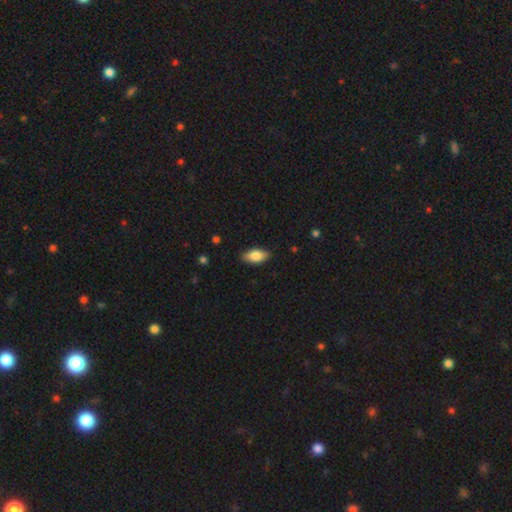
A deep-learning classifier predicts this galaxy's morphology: smooth-or-featured: smooth: 81% | featured or disk: 13% | star or artifact: 6%
  how-rounded: in between: 88% | cigar-shaped: 9% | round: 3%
  merging: none: 87% | minor disturbance: 10% | major disturbance: 2% | merger: 1%